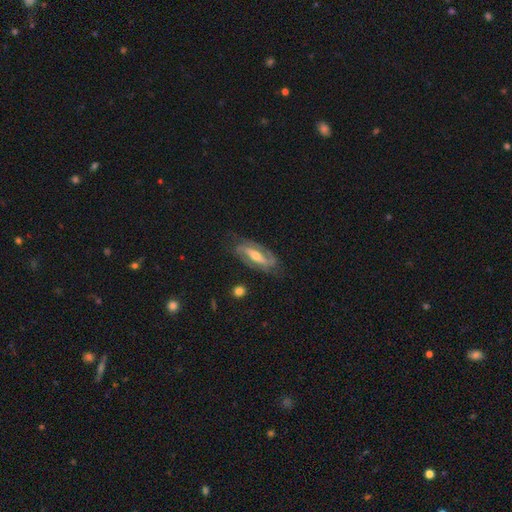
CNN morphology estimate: smooth_or_featured: featured or disk (p=0.83) [alt: smooth p=0.12]
disk_edge_on: no (p=0.90) [alt: yes p=0.10]
bar: strong (p=0.49) [alt: weak p=0.32]
has_spiral_arms: yes (p=0.91) [alt: no p=0.09]
spiral_winding: medium (p=0.44) [alt: tight p=0.37]
spiral_arm_count: 2 (p=0.85) [alt: can't tell p=0.08]
bulge_size: moderate (p=0.62) [alt: small p=0.30]
merging: none (p=0.73) [alt: minor disturbance p=0.17]